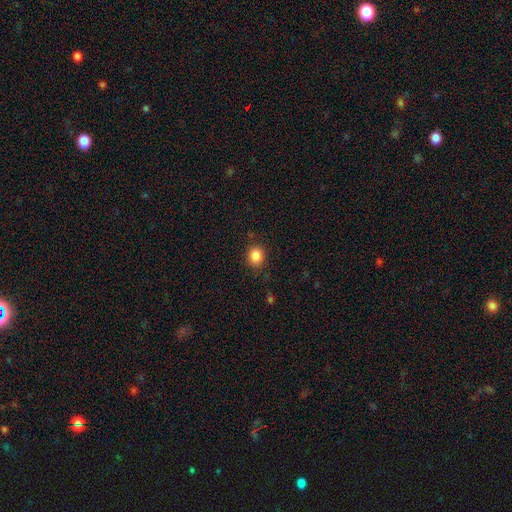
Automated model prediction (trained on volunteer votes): Smooth or featured: smooth — 86% (star or artifact — 10%)
How rounded: round — 70% (in between — 30%)
Merging: none — 86% (minor disturbance — 10%)